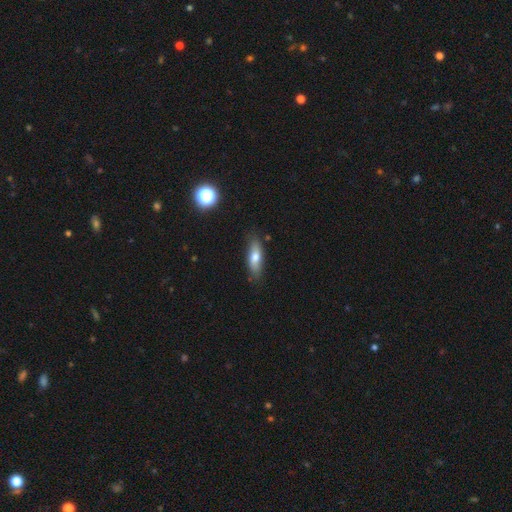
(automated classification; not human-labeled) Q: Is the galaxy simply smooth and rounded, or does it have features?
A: smooth — 67%.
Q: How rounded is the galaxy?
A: in between — 53%.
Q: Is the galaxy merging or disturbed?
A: none — 82%.